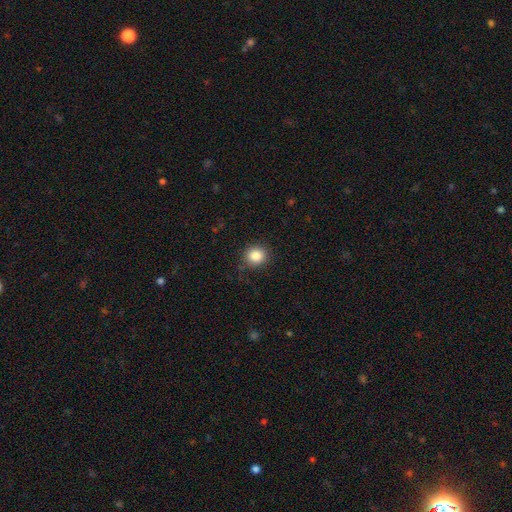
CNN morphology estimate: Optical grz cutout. It shows a smooth galaxy with no disk features (86%) that is round (88%). Merging: none (88%).